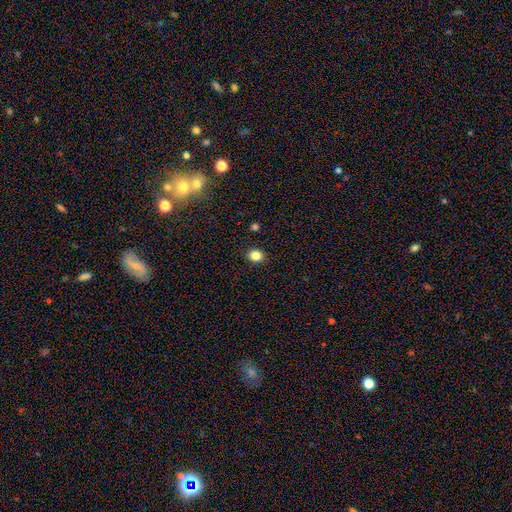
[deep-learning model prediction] Smooth or featured: smooth — 84% (star or artifact — 12%)
How rounded: round — 66% (in between — 33%)
Merging: none — 91% (minor disturbance — 6%)